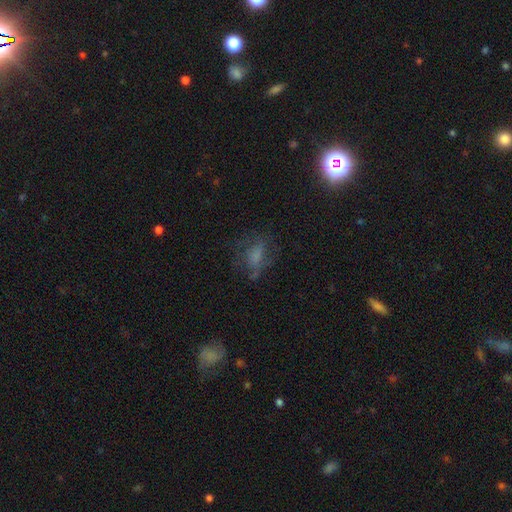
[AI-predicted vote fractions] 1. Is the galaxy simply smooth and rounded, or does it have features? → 49% smooth, 32% featured or disk, 19% star or artifact.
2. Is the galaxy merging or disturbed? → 48% none, 27% major disturbance, 22% minor disturbance, 3% merger.